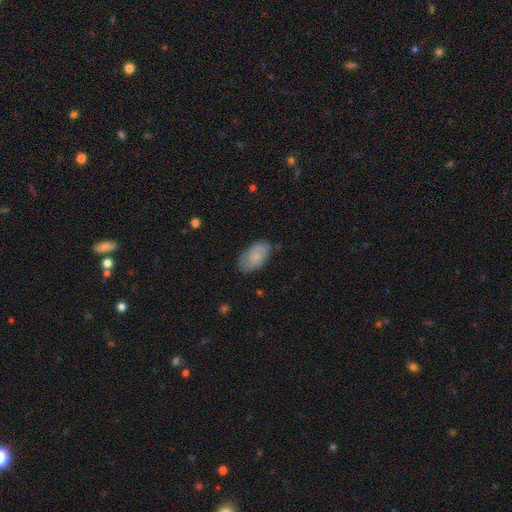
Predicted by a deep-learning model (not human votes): A smooth galaxy with no disk features (73%) that is in between round and cigar-shaped (94%). Merging: none (73%).